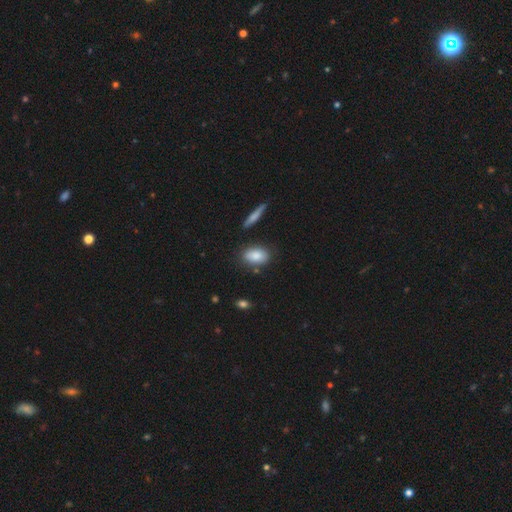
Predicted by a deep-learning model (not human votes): This appears to be a smooth galaxy with no disk features (85%) that is in between round and cigar-shaped (87%). Merging: none (79%).